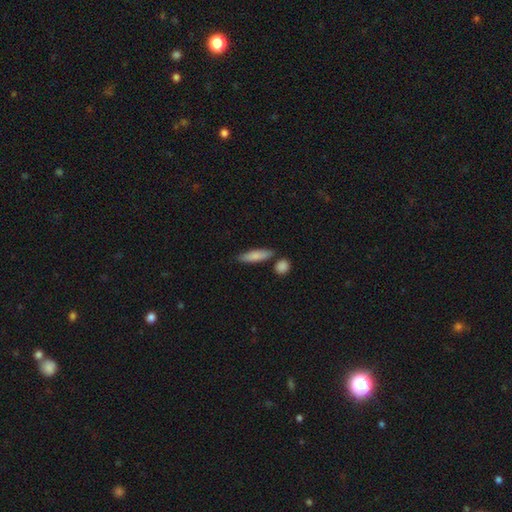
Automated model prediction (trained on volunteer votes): Q: Smooth or featured?
A: smooth (80%); runner-up: featured or disk (14%)
Q: How rounded?
A: cigar-shaped (62%); runner-up: in between (36%)
Q: Merging?
A: none (78%); runner-up: minor disturbance (12%)